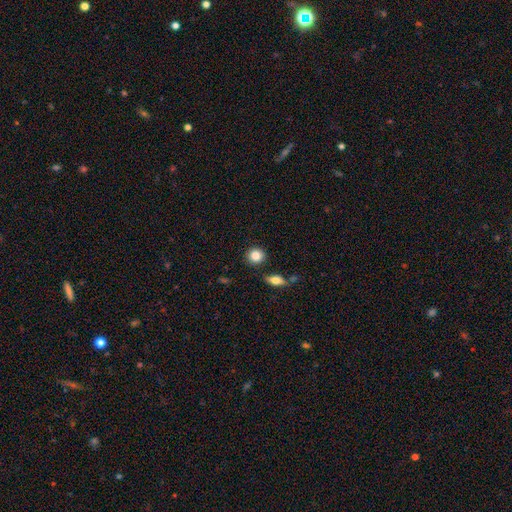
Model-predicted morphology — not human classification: smooth_or_featured: smooth (p=0.85) [alt: star or artifact p=0.09]
how_rounded: round (p=0.87) [alt: in between p=0.12]
merging: none (p=0.86) [alt: minor disturbance p=0.08]